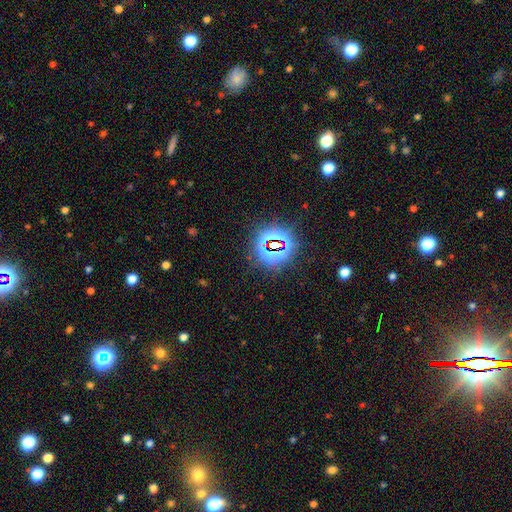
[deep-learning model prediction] This appears to be a star or artifact, not a galaxy (81%).